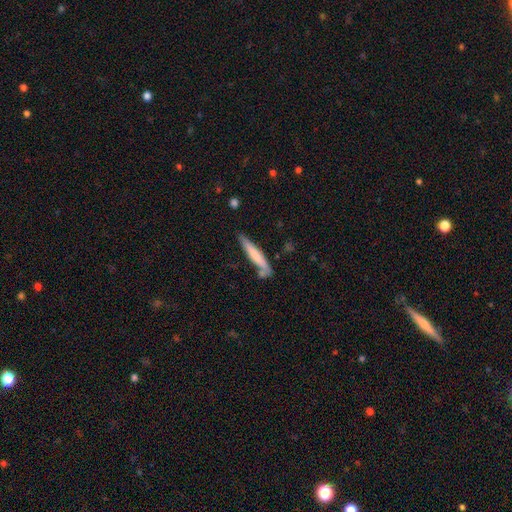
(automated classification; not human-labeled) A smooth galaxy with no disk features (65%) that is cigar-shaped (93%). Merging: none (70%).